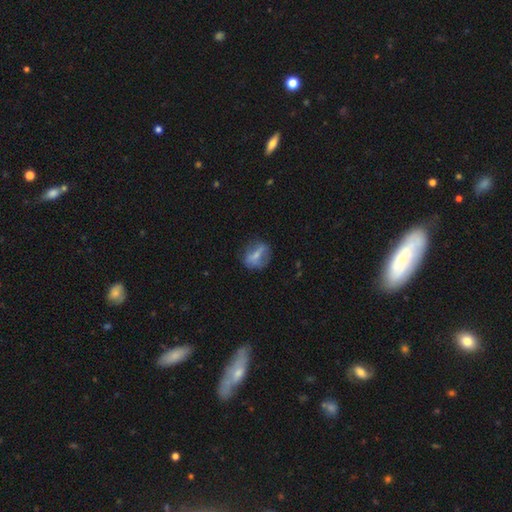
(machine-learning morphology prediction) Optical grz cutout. It shows a smooth galaxy with no disk features (50%) that is round (55%). Merging: none (64%).